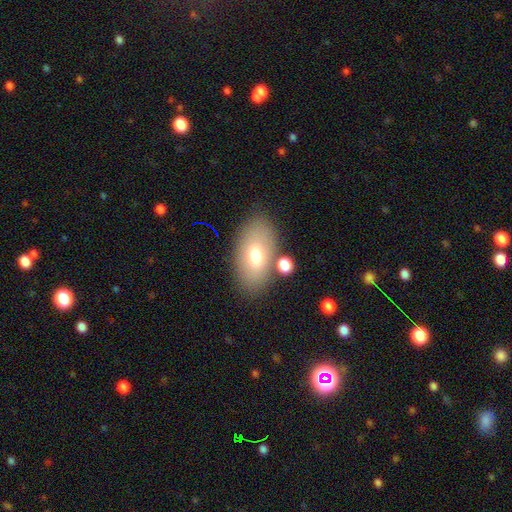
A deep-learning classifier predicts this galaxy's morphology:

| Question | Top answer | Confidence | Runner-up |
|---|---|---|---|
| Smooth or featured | smooth | 71% | featured or disk (20%) |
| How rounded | in between | 92% | round (6%) |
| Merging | none | 78% | minor disturbance (11%) |